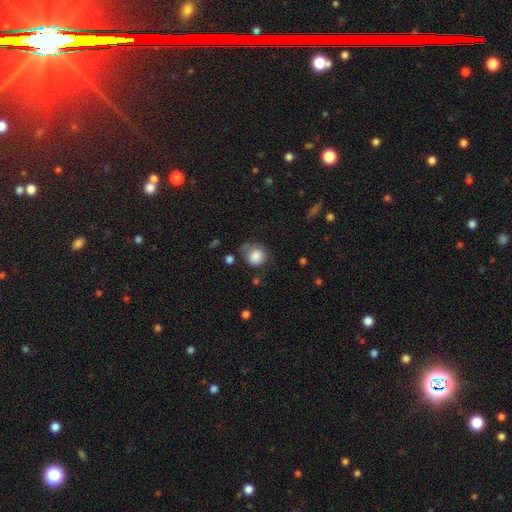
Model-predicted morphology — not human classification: smooth-or-featured: smooth: 83% | star or artifact: 8% | featured or disk: 8%
  how-rounded: round: 79% | in between: 20% | cigar-shaped: 1%
  merging: none: 53% | minor disturbance: 29% | major disturbance: 15% | merger: 4%